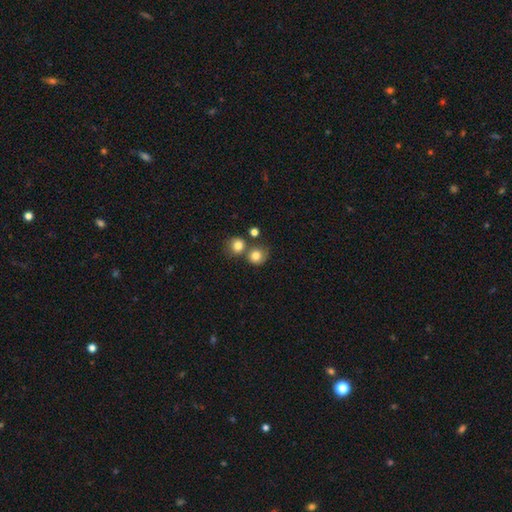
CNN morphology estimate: Overall: smooth (80%). How rounded: round (82%). Merging: none (56%; merger 29%).